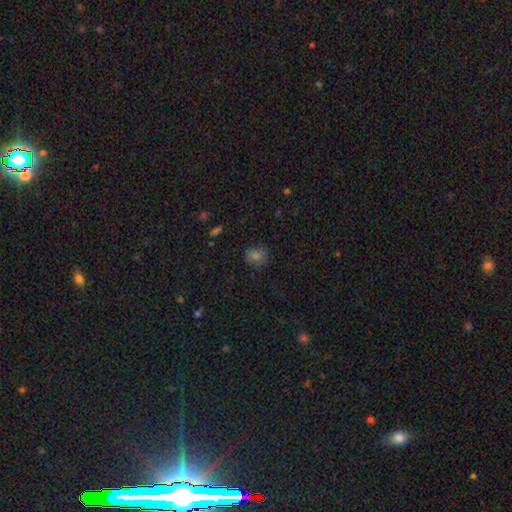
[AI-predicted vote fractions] A smooth galaxy with no disk features (66%) that is round (85%). Merging: none (81%).